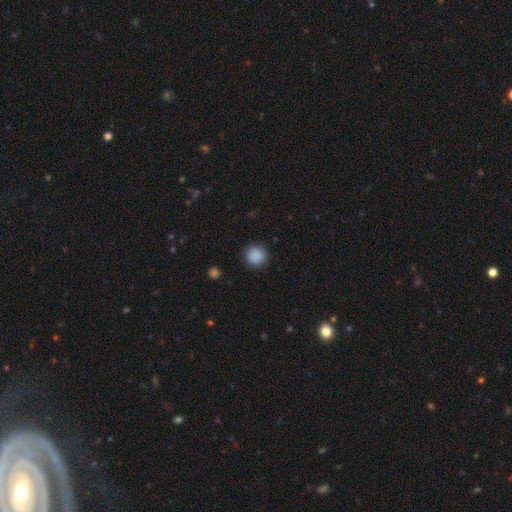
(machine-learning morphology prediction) The model was most divided on "smooth or featured": smooth: 89%, star or artifact: 9%, featured or disk: 3%. More confident: how rounded — round (93%); merging — none (90%).